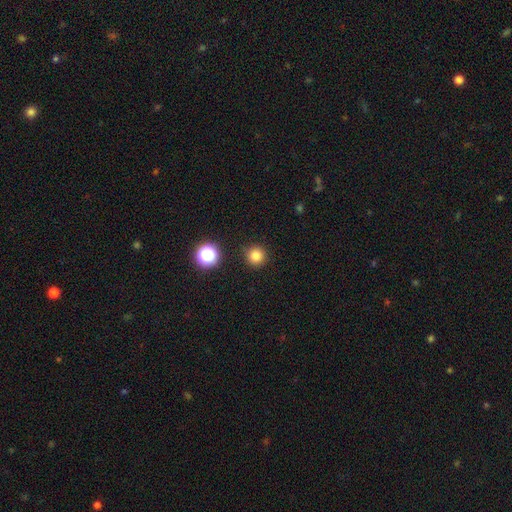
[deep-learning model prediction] smooth-or-featured: smooth: 81% | star or artifact: 14% | featured or disk: 5%
  how-rounded: round: 96% | in between: 4% | cigar-shaped: 1%
  merging: none: 90% | minor disturbance: 6% | major disturbance: 2% | merger: 2%